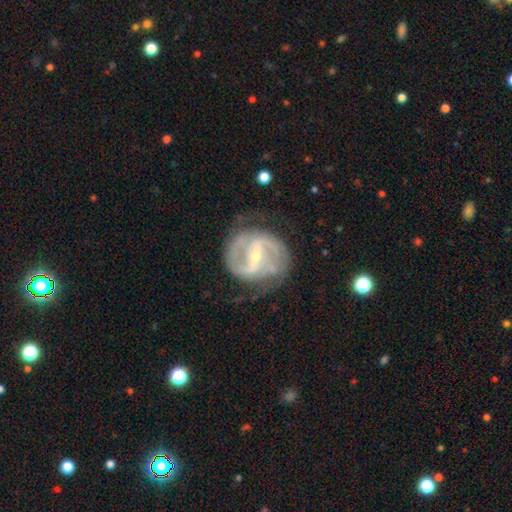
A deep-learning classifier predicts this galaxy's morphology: A featured or disk galaxy (89%) with a strong bar (59%), 2 (85%) medium (51%) spiral arms (94%) and a small central bulge (64%).

Vote fractions:
- Smooth or featured? featured or disk: 89% / smooth: 6% / star or artifact: 5%
- Edge-on disk? no: 97% / yes: 3%
- Bar? strong: 59% / weak: 31% / no: 10%
- Spiral arms? yes: 94% / no: 6%
- Spiral winding? medium: 51% / tight: 28% / loose: 21%
- Spiral arm count? 2: 85% / can't tell: 6% / 3: 4% / 1: 2% / 4: 1% / more than 4: 1%
- Bulge size? small: 64% / moderate: 33% / none: 1% / large: 1% / dominant: 1%
- Merging? none: 69% / minor disturbance: 19% / major disturbance: 11% / merger: 2%